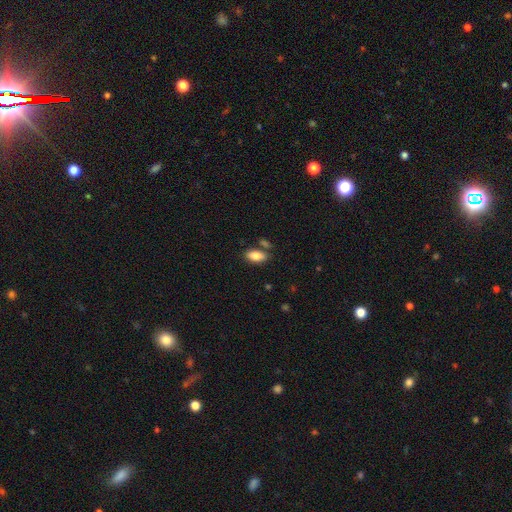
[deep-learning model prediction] smooth 85%, featured or disk 8%, star or artifact 7%. Down the decision tree: how rounded — in between (91%); merging — none (73%).